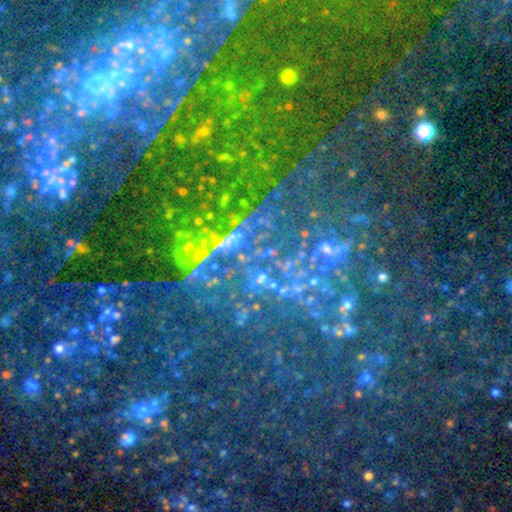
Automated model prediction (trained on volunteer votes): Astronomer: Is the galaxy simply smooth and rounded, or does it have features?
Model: star or artifact — 74%.